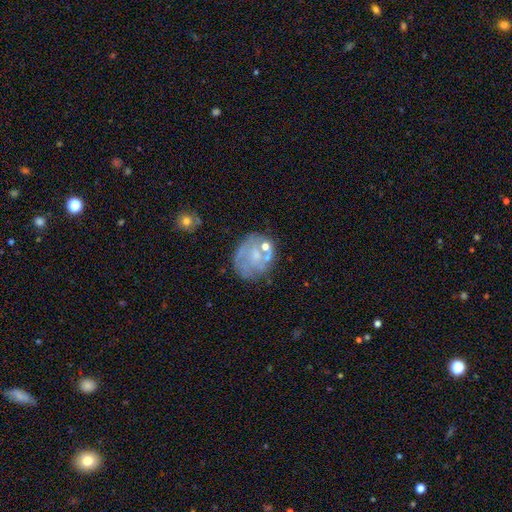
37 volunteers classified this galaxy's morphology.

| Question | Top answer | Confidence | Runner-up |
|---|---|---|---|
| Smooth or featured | featured or disk | 59% | smooth (35%) |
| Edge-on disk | no | 100% | — |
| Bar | no | 77% | weak (23%) |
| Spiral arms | no | 77% | yes (23%) |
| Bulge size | moderate | 32% | tied: small (32%), none (32%) |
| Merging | none | 51% | minor disturbance (20%) |